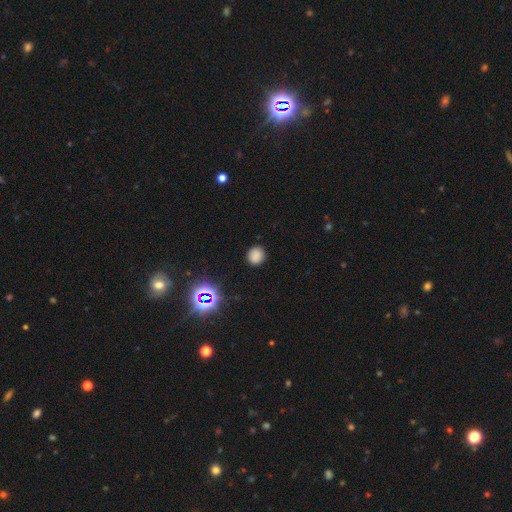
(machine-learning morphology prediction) This appears to be a smooth galaxy with no disk features (79%) that is round (86%). Merging: none (88%).